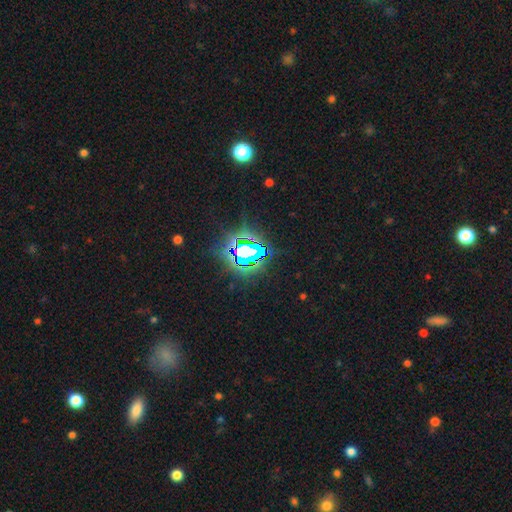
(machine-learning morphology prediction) This is clearly a star or artifact rather than a galaxy (82%).